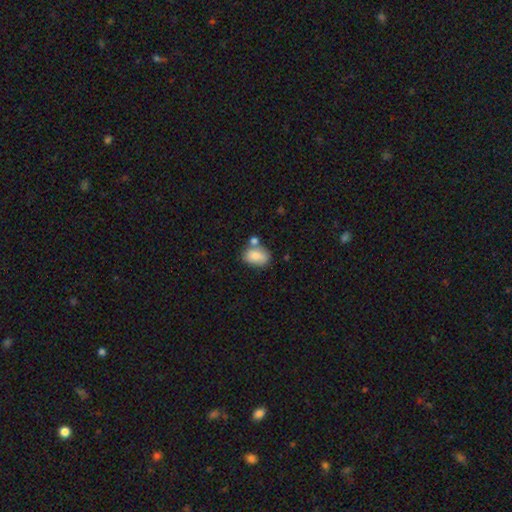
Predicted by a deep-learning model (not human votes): smooth-or-featured: smooth: 84% | featured or disk: 9% | star or artifact: 7%
  how-rounded: in between: 85% | round: 14% | cigar-shaped: 1%
  merging: none: 56% | merger: 22% | minor disturbance: 17% | major disturbance: 5%